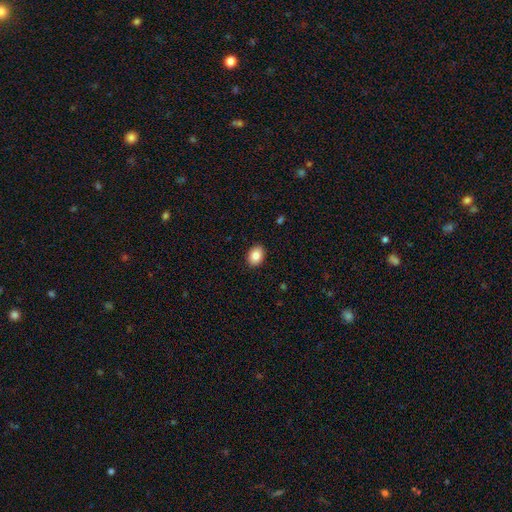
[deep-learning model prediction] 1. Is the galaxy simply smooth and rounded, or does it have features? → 86% smooth, 8% star or artifact, 6% featured or disk.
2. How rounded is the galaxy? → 68% in between, 31% round, 1% cigar-shaped.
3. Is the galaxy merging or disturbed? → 90% none, 7% minor disturbance, 2% major disturbance, 1% merger.